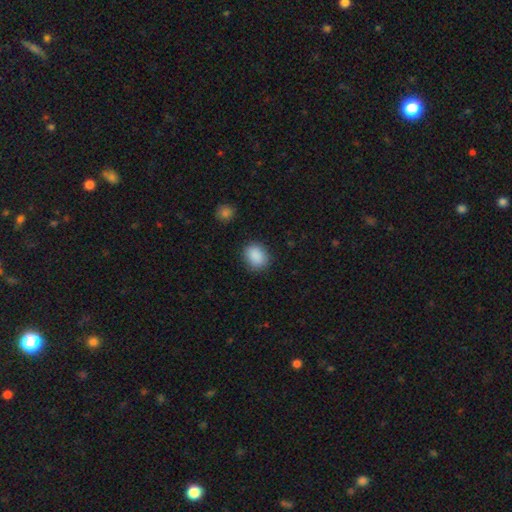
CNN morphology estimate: smooth_or_featured: smooth (p=0.89) [alt: star or artifact p=0.08]
how_rounded: in between (p=0.52) [alt: round p=0.47]
merging: none (p=0.85) [alt: minor disturbance p=0.11]